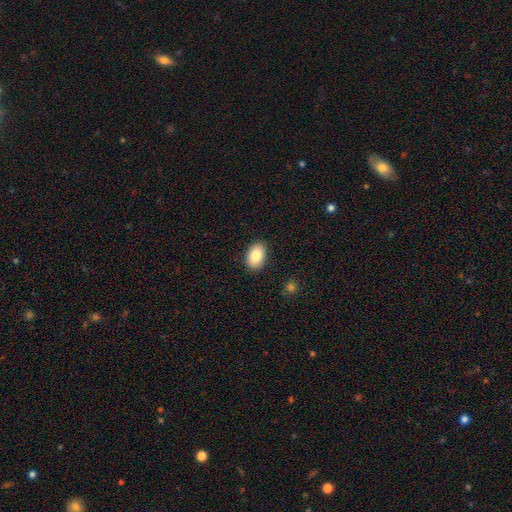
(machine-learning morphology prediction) smooth_or_featured: smooth (p=0.86) [alt: featured or disk p=0.07]
how_rounded: in between (p=0.89) [alt: round p=0.10]
merging: none (p=0.89) [alt: minor disturbance p=0.08]